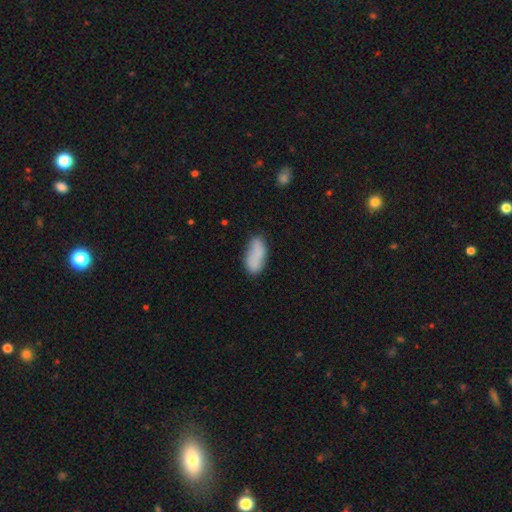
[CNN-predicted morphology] A smooth galaxy with no disk features (77%) that is in between round and cigar-shaped (88%). Merging: none (58%).